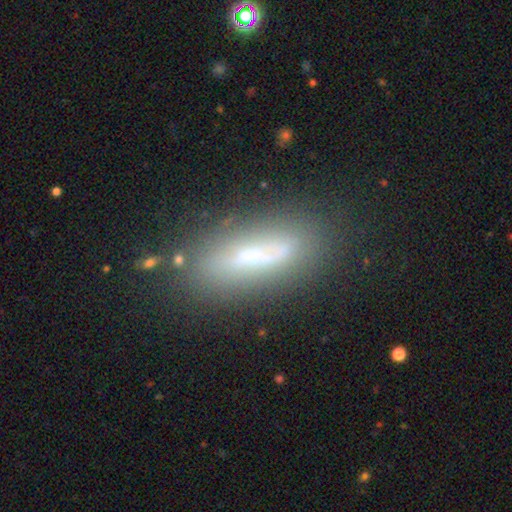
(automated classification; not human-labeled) smooth-or-featured: featured or disk: 47% | smooth: 41% | star or artifact: 12%
  merging: none: 69% | minor disturbance: 17% | major disturbance: 8% | merger: 6%